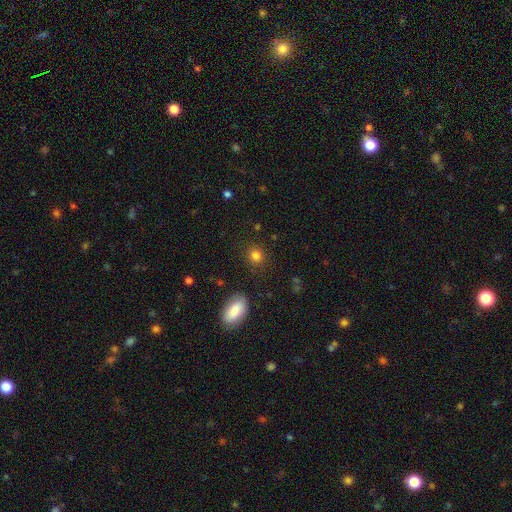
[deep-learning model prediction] Smooth or featured?
  - smooth: 84% *
  - star or artifact: 12%
  - featured or disk: 5%
How rounded?
  - round: 75% *
  - in between: 23%
  - cigar-shaped: 1%
Merging?
  - none: 86% *
  - minor disturbance: 9%
  - major disturbance: 3%
  - merger: 2%